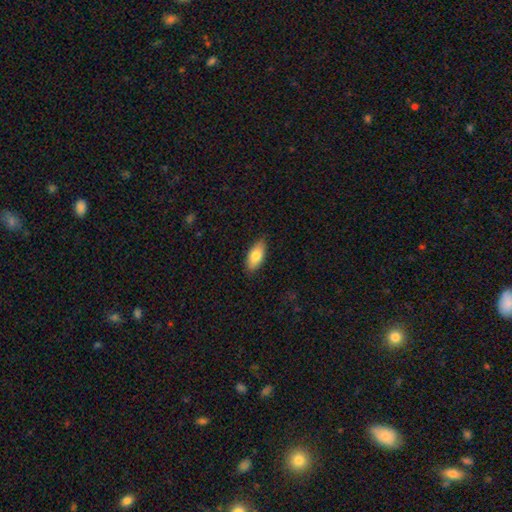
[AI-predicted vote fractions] smooth 79%, featured or disk 14%, star or artifact 6%. Down the decision tree: how rounded — in between (89%); merging — none (85%).